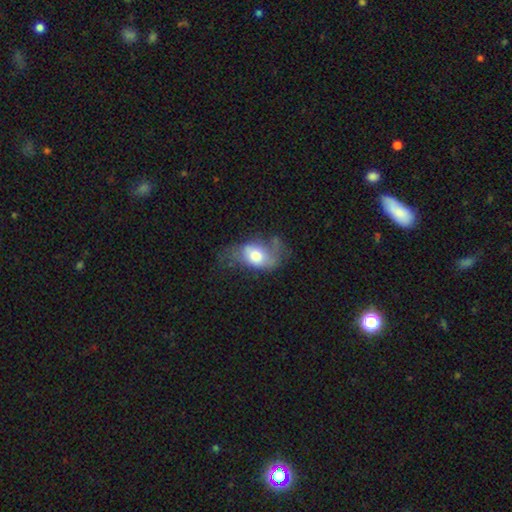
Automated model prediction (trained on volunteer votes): A smooth galaxy with no disk features (55%) that is in between round and cigar-shaped (80%).

Vote fractions:
- Smooth or featured? smooth: 55% / featured or disk: 37% / star or artifact: 8%
- How rounded? in between: 80% / round: 17% / cigar-shaped: 2%
- Merging? major disturbance: 38% / none: 29% / minor disturbance: 28% / merger: 4%